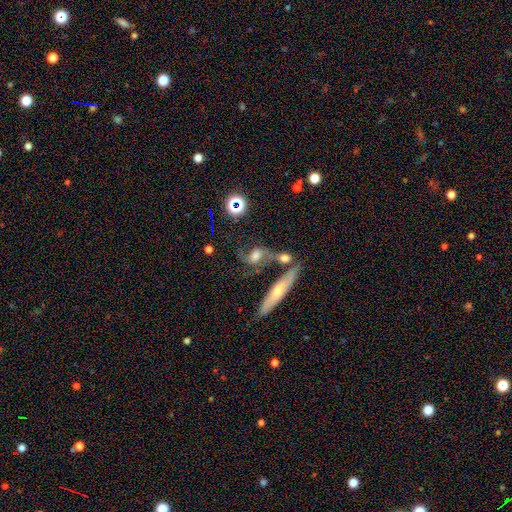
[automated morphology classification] Q: Smooth or featured?
A: featured or disk (67%); runner-up: smooth (22%)
Q: Edge-on disk?
A: no (81%); runner-up: yes (19%)
Q: Bar?
A: no (54%); runner-up: weak (36%)
Q: Spiral arms?
A: yes (87%); runner-up: no (13%)
Q: Bulge size?
A: moderate (47%); runner-up: large (28%)
Q: Merging?
A: none (43%); runner-up: merger (26%)